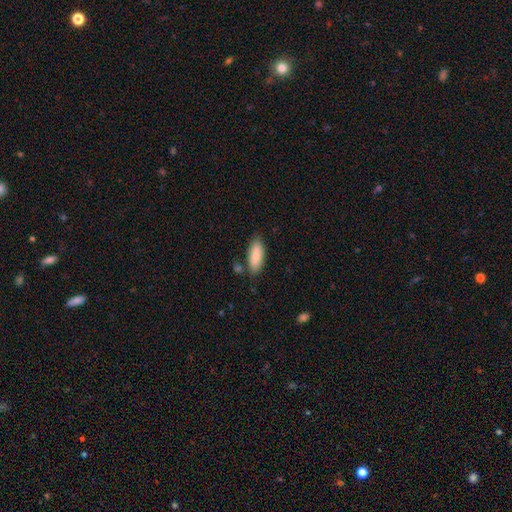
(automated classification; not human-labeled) The model was most divided on "how rounded": in between: 74%, cigar-shaped: 24%, round: 2%. More confident: smooth or featured — smooth (87%); merging — none (80%).